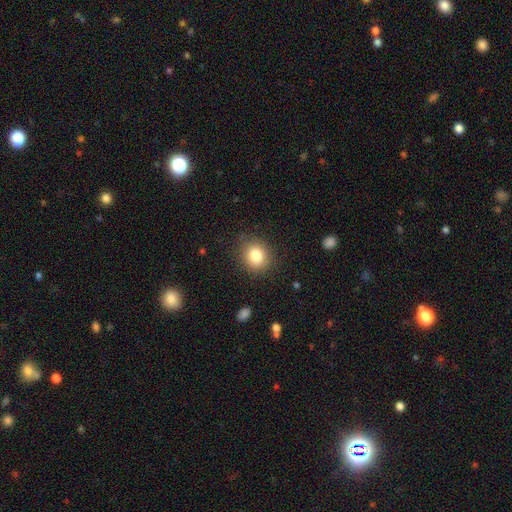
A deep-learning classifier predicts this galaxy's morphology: This is clearly a smooth galaxy (82%). How rounded: likely round (77%). Merging: clearly none (86%).